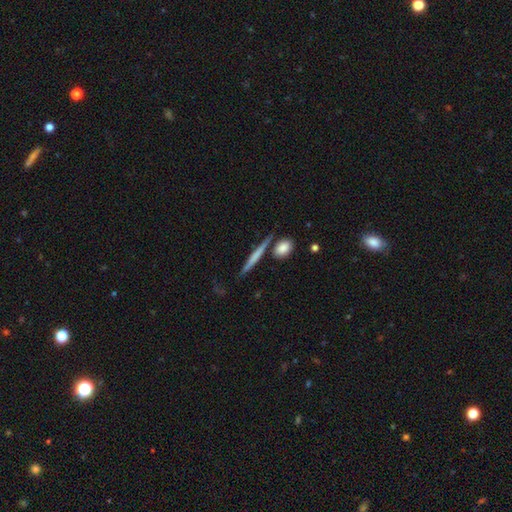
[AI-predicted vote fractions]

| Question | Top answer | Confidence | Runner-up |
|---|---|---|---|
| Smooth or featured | featured or disk | 49% | smooth (44%) |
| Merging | none | 77% | minor disturbance (11%) |